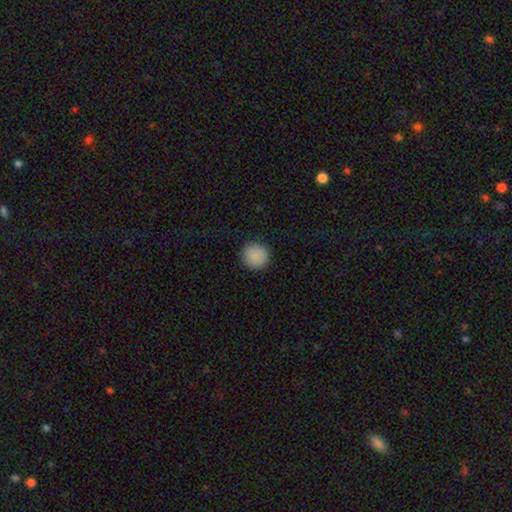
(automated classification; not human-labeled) Smooth or featured? Predicted: smooth (p=0.89). How rounded? Predicted: round (p=0.94). Merging? Predicted: none (p=0.91).